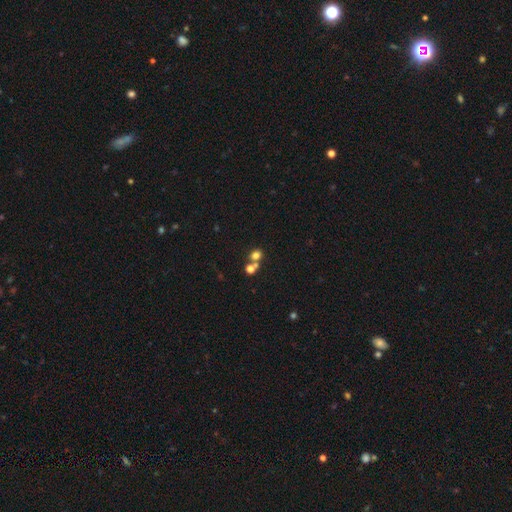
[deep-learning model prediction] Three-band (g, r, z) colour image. It shows a smooth galaxy with no disk features (72%) that is round (75%). Merging: none (52%).